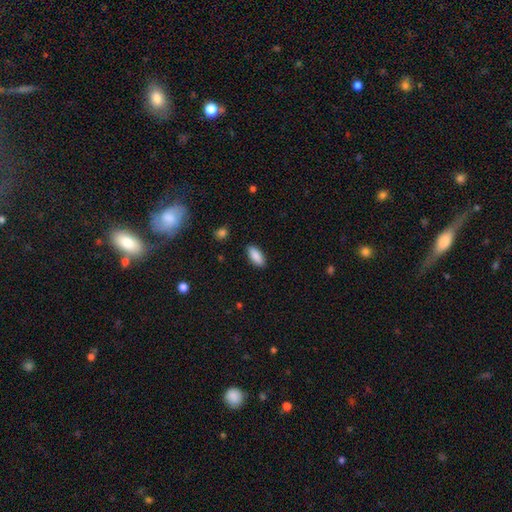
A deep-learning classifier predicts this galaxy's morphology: A smooth galaxy with no disk features (89%) that is in between round and cigar-shaped (84%).

Vote fractions:
- Smooth or featured? smooth: 89% / star or artifact: 6% / featured or disk: 5%
- How rounded? in between: 84% / cigar-shaped: 14% / round: 2%
- Merging? none: 88% / minor disturbance: 9% / major disturbance: 2% / merger: 1%